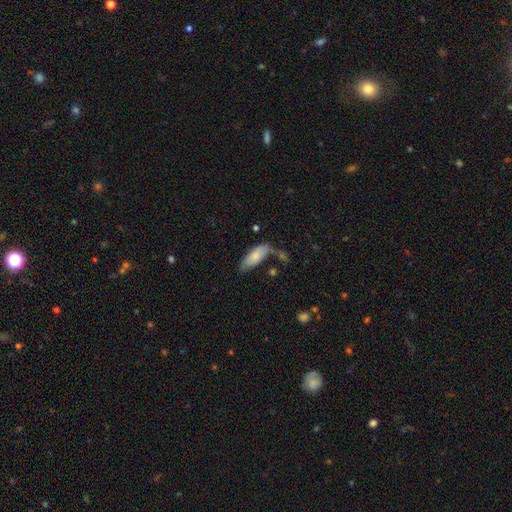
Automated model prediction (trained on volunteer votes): smooth 76%, featured or disk 18%, star or artifact 6%. Down the decision tree: how rounded — in between (74%); merging — none (52%).